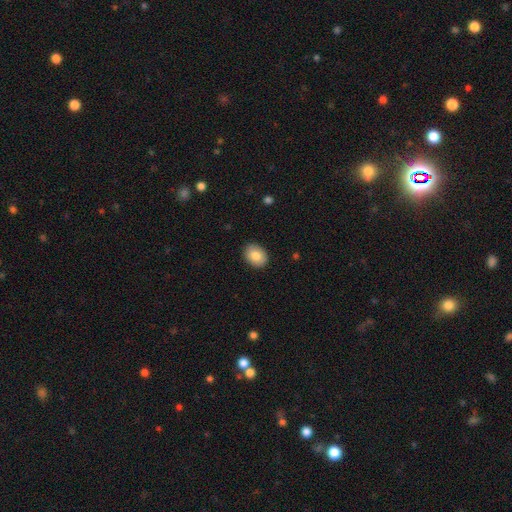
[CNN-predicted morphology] Q: Smooth or featured?
A: smooth (83%); runner-up: featured or disk (9%)
Q: How rounded?
A: in between (60%); runner-up: round (39%)
Q: Merging?
A: none (90%); runner-up: minor disturbance (8%)